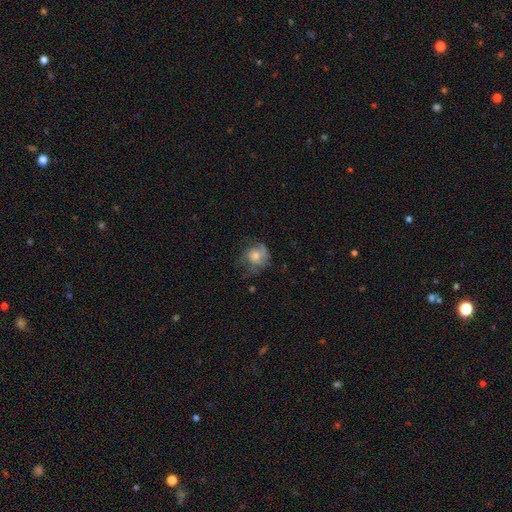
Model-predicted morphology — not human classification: A featured or disk galaxy (46%). Merging: none (54%).